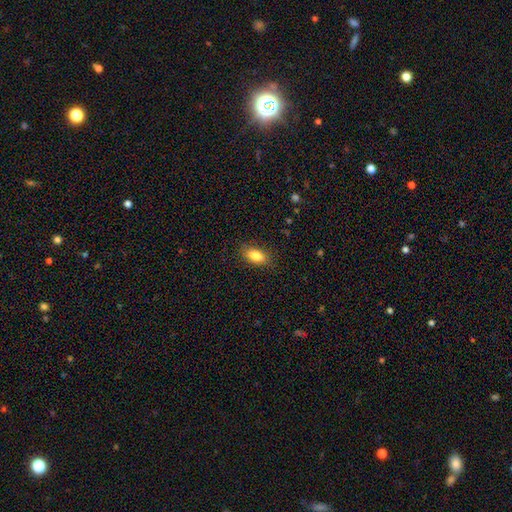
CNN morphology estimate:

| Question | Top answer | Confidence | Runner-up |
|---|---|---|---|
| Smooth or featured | smooth | 83% | featured or disk (9%) |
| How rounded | in between | 87% | round (7%) |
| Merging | none | 85% | minor disturbance (11%) |